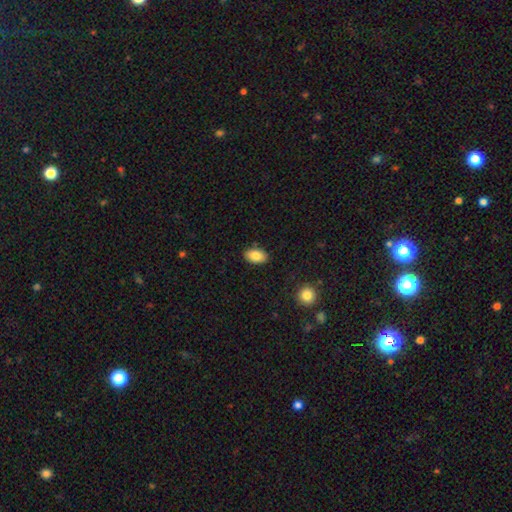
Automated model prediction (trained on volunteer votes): Overall: smooth (85%). How rounded: in between (91%). Merging: none (87%).